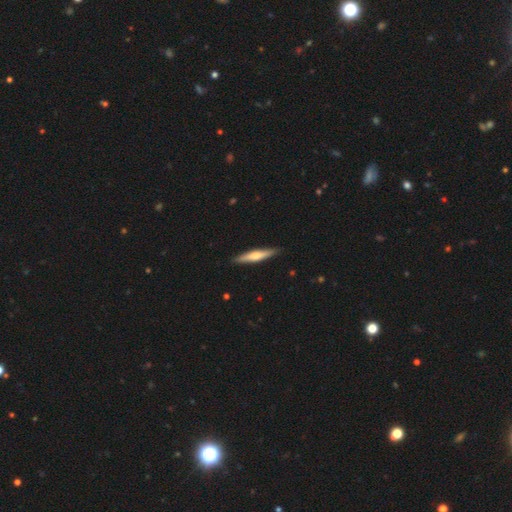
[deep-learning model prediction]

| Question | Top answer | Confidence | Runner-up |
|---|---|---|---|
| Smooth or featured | smooth | 50% | featured or disk (45%) |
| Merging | none | 89% | minor disturbance (8%) |